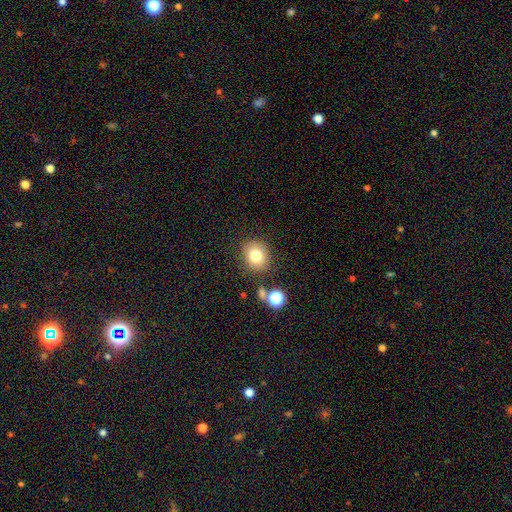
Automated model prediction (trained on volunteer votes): smooth 78%, star or artifact 12%, featured or disk 10%. Down the decision tree: how rounded — round (71%); merging — none (81%).